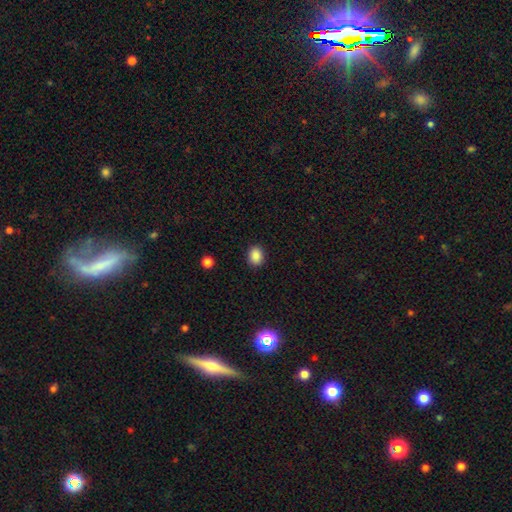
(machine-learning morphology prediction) Smooth or featured? Predicted: smooth (p=0.87). How rounded? Predicted: in between (p=0.54). Merging? Predicted: none (p=0.89).